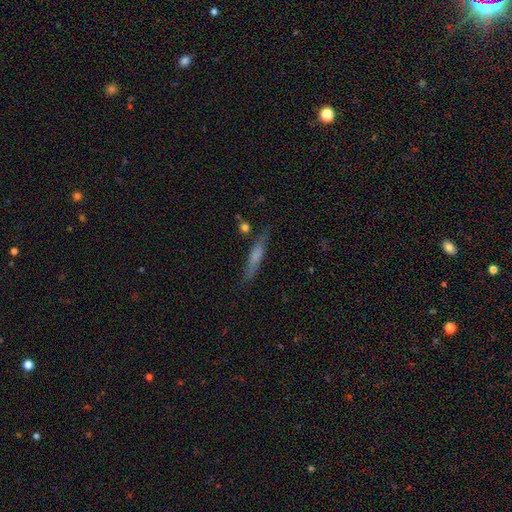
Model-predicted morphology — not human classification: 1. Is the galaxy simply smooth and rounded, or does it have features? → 56% smooth, 36% featured or disk, 8% star or artifact.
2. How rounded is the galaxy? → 89% cigar-shaped, 9% in between, 2% round.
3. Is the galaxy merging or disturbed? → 78% none, 15% minor disturbance, 4% major disturbance, 3% merger.